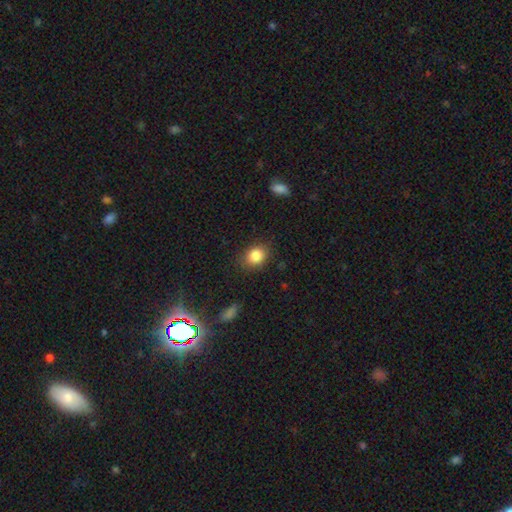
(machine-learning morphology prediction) Smooth or featured: smooth — 85% (star or artifact — 9%)
How rounded: round — 54% (in between — 45%)
Merging: none — 82% (minor disturbance — 13%)